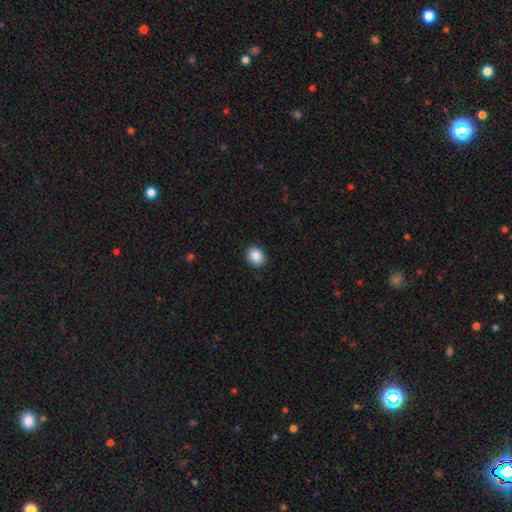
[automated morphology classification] Smooth or featured: smooth — 86% (star or artifact — 9%)
How rounded: round — 65% (in between — 34%)
Merging: none — 90% (minor disturbance — 7%)